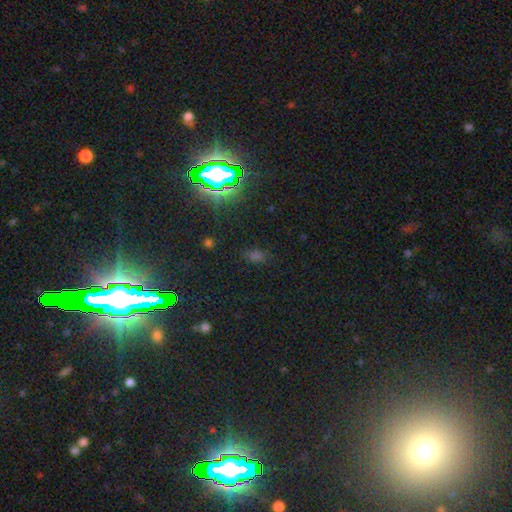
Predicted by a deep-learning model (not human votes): smooth-or-featured: star or artifact: 57% | smooth: 35% | featured or disk: 8%